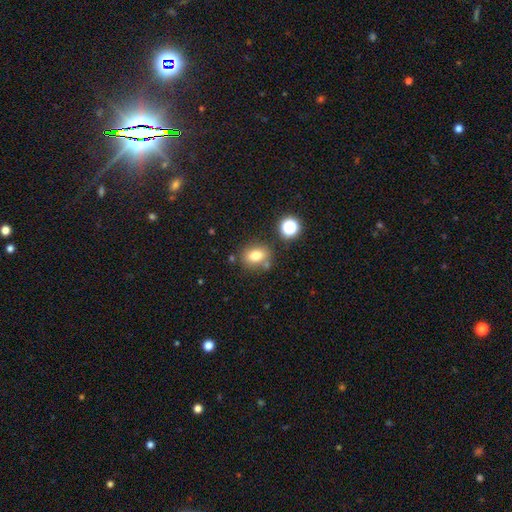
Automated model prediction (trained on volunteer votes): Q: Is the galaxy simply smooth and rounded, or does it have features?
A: smooth — 77%.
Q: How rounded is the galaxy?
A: in between — 58%.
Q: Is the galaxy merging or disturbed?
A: none — 72%.